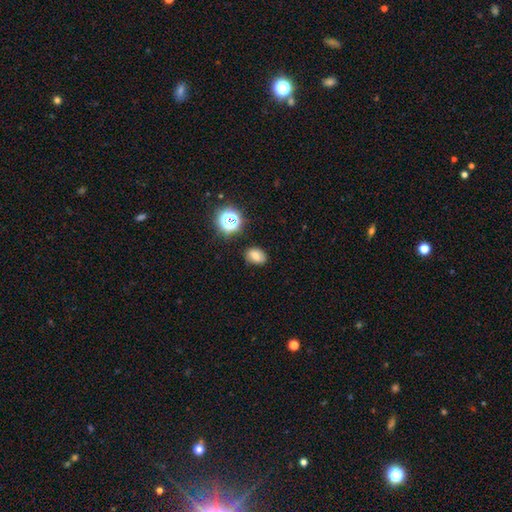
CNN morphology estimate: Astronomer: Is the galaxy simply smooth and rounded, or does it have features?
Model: smooth — 72%.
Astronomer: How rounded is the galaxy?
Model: in between — 71%.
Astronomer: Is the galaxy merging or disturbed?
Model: none — 82%.